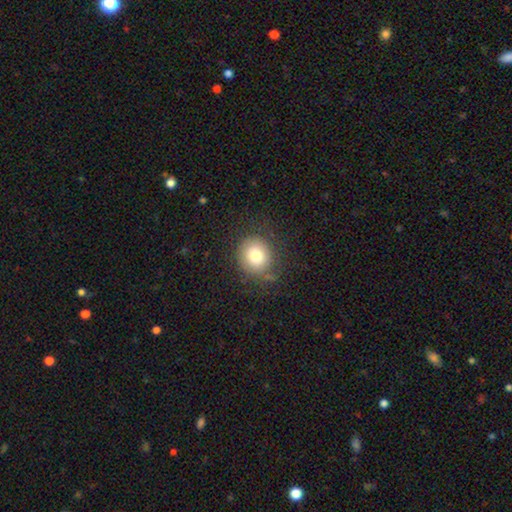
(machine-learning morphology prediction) smooth 78%, featured or disk 11%, star or artifact 10%. Down the decision tree: how rounded — round (83%); merging — none (76%).